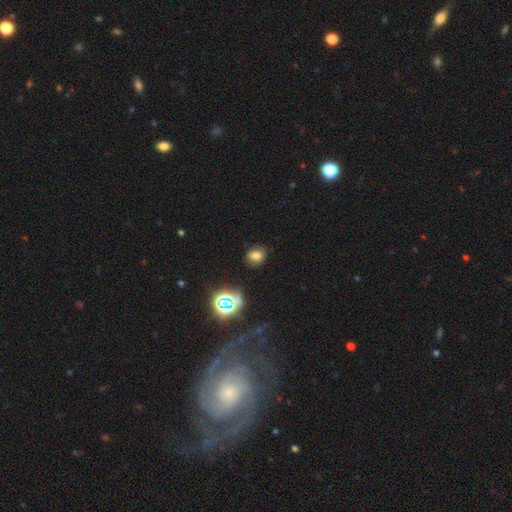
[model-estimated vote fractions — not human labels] Smooth or featured?
  - smooth: 67% *
  - star or artifact: 22%
  - featured or disk: 11%
How rounded?
  - in between: 51% *
  - round: 48%
  - cigar-shaped: 1%
Merging?
  - none: 80% *
  - minor disturbance: 14%
  - major disturbance: 4%
  - merger: 2%